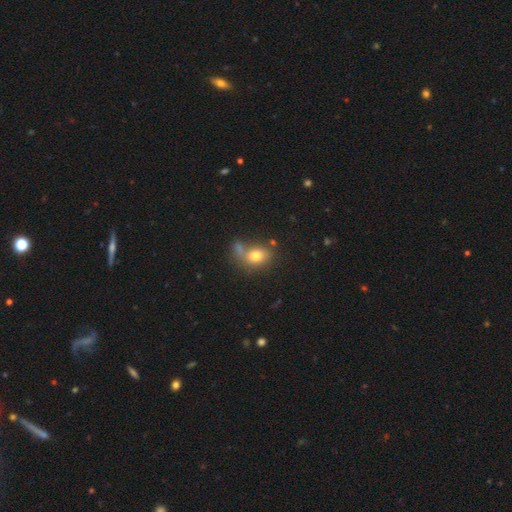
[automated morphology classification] Smooth or featured: smooth — 76% (featured or disk — 13%)
How rounded: in between — 58% (round — 40%)
Merging: none — 47% (merger — 25%)